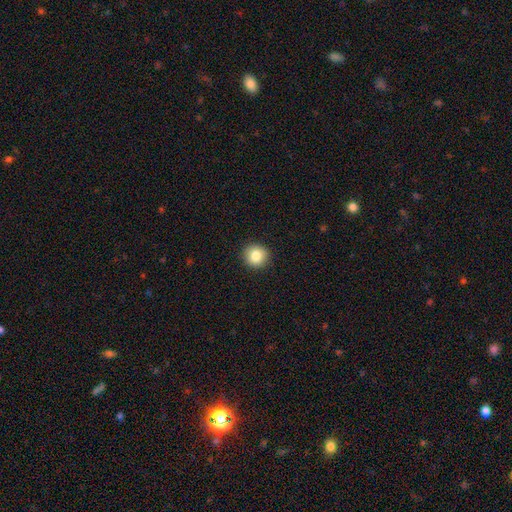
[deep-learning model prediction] smooth 84%, star or artifact 9%, featured or disk 7%. Down the decision tree: how rounded — round (92%); merging — none (92%).